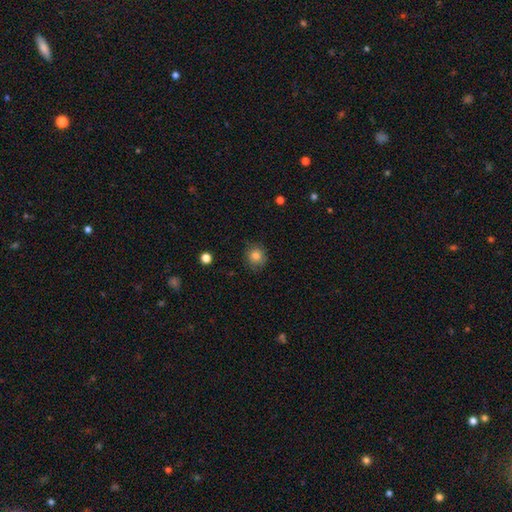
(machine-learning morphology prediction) A smooth galaxy with no disk features (83%) that is round (83%).

Vote fractions:
- Smooth or featured? smooth: 83% / star or artifact: 10% / featured or disk: 6%
- How rounded? round: 83% / in between: 16% / cigar-shaped: 1%
- Merging? none: 83% / minor disturbance: 13% / major disturbance: 3% / merger: 1%